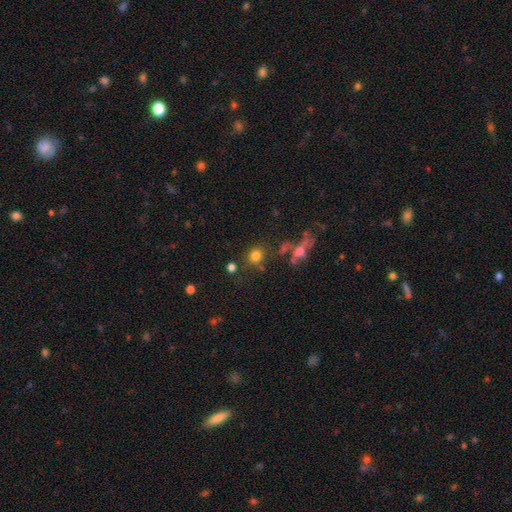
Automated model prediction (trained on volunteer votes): Overall: smooth (77%). How rounded: round (72%). Merging: none (68%).